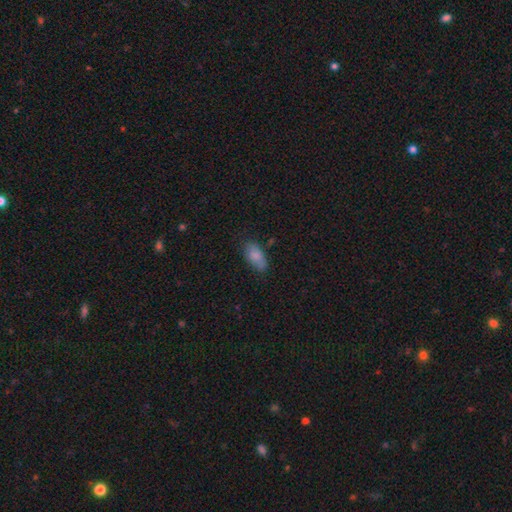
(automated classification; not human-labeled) This is clearly a smooth galaxy (83%). How rounded: clearly in between (90%). Merging: likely none (71%).